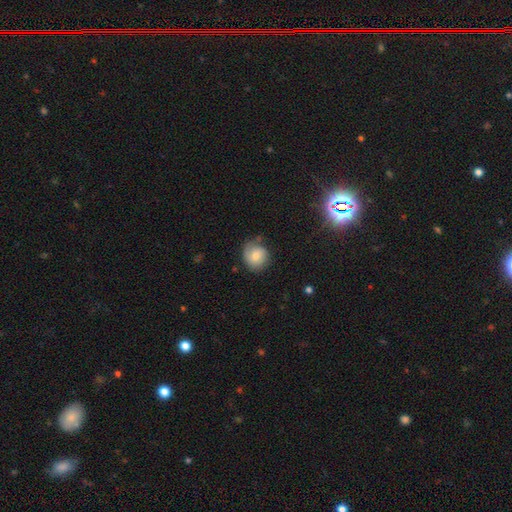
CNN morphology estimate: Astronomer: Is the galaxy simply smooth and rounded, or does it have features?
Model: smooth — 64%.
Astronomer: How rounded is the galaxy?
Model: round — 79%.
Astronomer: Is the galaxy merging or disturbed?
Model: none — 62%.